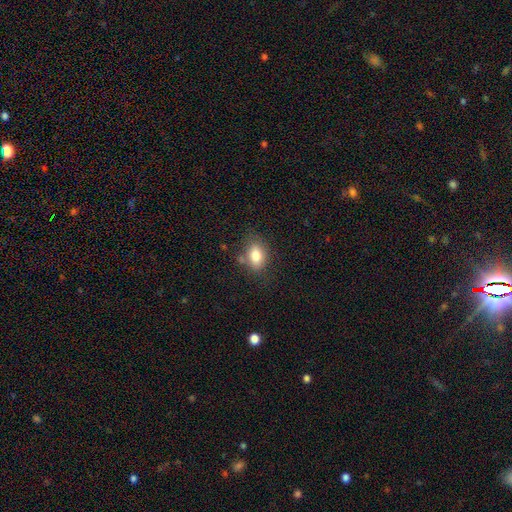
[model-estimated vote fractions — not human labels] smooth 82%, featured or disk 10%, star or artifact 9%. Down the decision tree: how rounded — in between (84%); merging — none (71%).